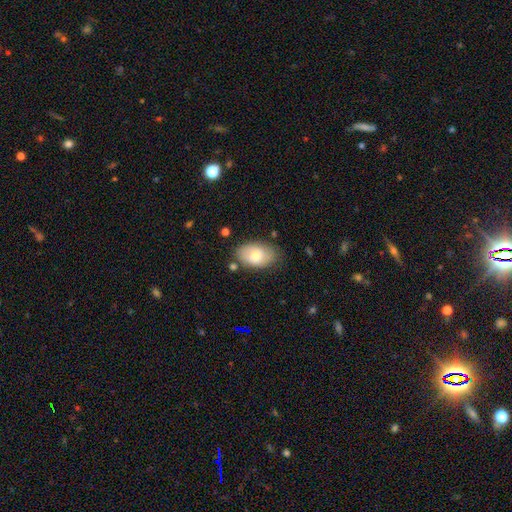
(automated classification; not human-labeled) Smooth or featured?
  - smooth: 73% *
  - featured or disk: 20%
  - star or artifact: 7%
How rounded?
  - in between: 91% *
  - round: 8%
  - cigar-shaped: 1%
Merging?
  - none: 74% *
  - minor disturbance: 18%
  - major disturbance: 4%
  - merger: 3%